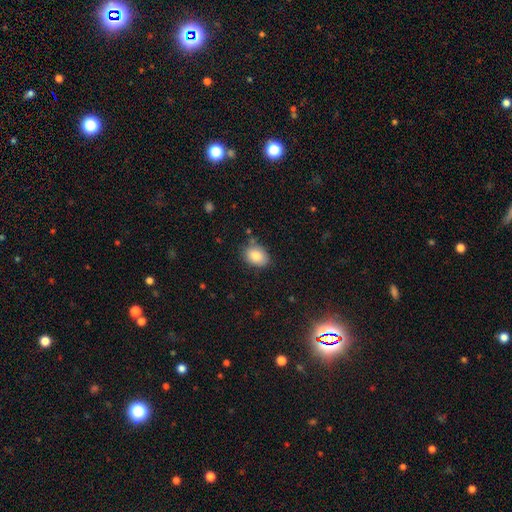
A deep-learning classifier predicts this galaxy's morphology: A smooth galaxy with no disk features (85%) that is in between round and cigar-shaped (70%).

Vote fractions:
- Smooth or featured? smooth: 85% / star or artifact: 8% / featured or disk: 7%
- How rounded? in between: 70% / round: 29% / cigar-shaped: 1%
- Merging? none: 76% / minor disturbance: 18% / major disturbance: 3% / merger: 3%